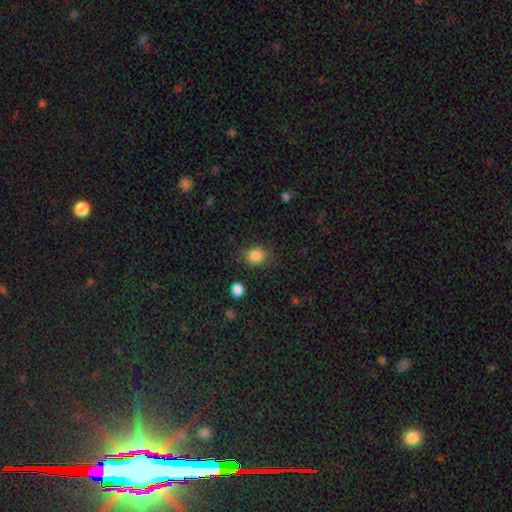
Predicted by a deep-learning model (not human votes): A smooth galaxy with no disk features (86%) that is round (63%).

Vote fractions:
- Smooth or featured? smooth: 86% / star or artifact: 10% / featured or disk: 4%
- How rounded? round: 63% / in between: 36% / cigar-shaped: 1%
- Merging? none: 80% / minor disturbance: 13% / major disturbance: 5% / merger: 2%